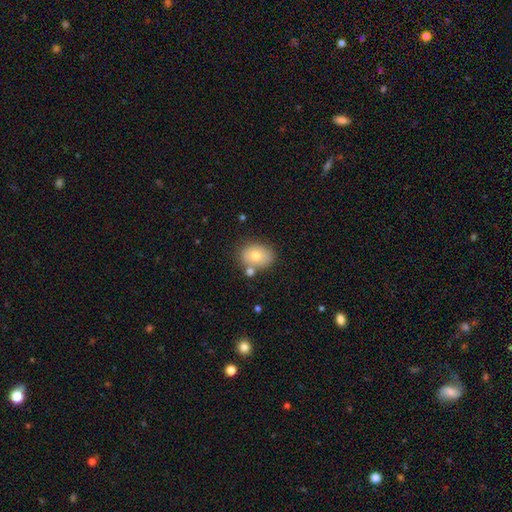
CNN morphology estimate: Smooth or featured? Predicted: smooth (p=0.73). How rounded? Predicted: in between (p=0.61). Merging? Predicted: none (p=0.69).